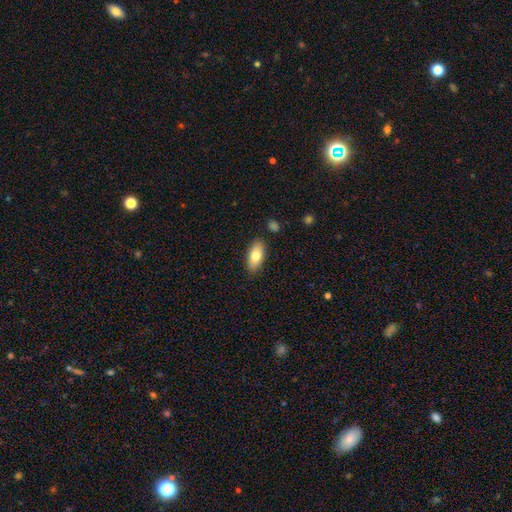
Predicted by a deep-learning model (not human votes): smooth-or-featured: smooth: 77% | featured or disk: 16% | star or artifact: 7%
  how-rounded: in between: 86% | cigar-shaped: 11% | round: 3%
  merging: none: 85% | minor disturbance: 10% | major disturbance: 2% | merger: 2%